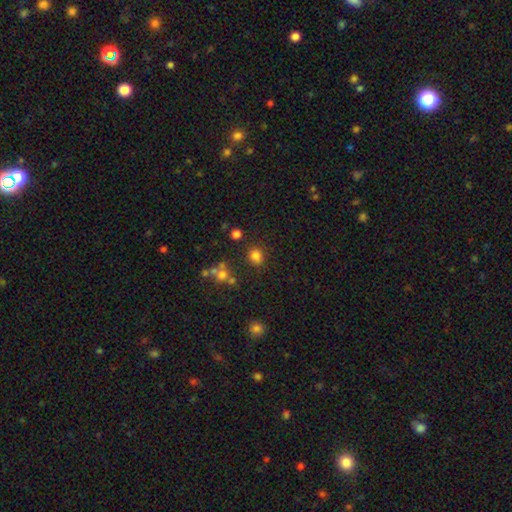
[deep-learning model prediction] Smooth or featured? smooth (79%)
How rounded? round (79%)
Merging? none (82%)